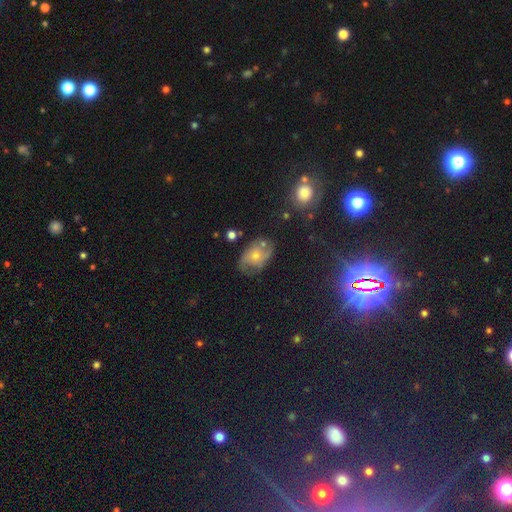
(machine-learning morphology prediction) The model was most divided on "smooth or featured": featured or disk: 49%, smooth: 40%, star or artifact: 11%. More confident: merging — none (56%).